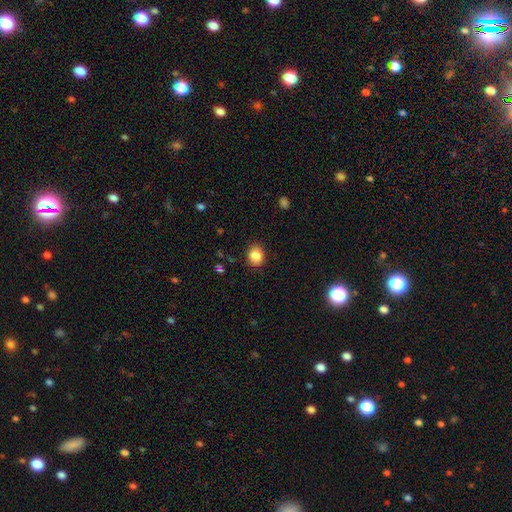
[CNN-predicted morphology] smooth_or_featured: smooth (p=0.86) [alt: star or artifact p=0.10]
how_rounded: round (p=0.67) [alt: in between p=0.32]
merging: none (p=0.87) [alt: minor disturbance p=0.09]